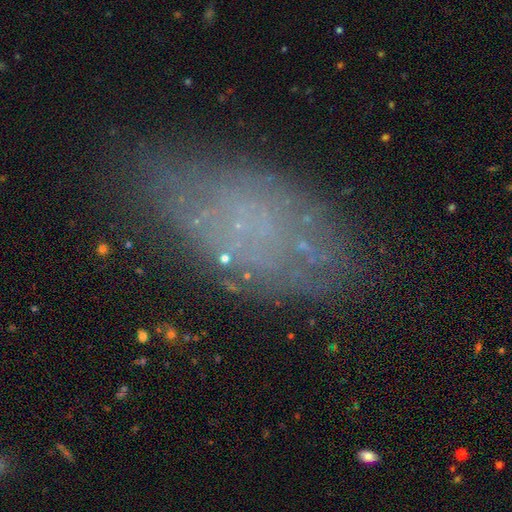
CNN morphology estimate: Overall: featured or disk (42%; smooth 40%). Merging: none (63%).